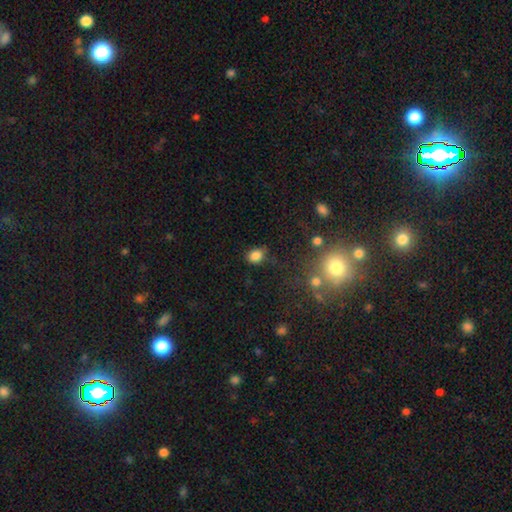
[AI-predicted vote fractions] This appears to be a smooth galaxy with no disk features (83%) that is in between round and cigar-shaped (57%). Merging: none (66%).